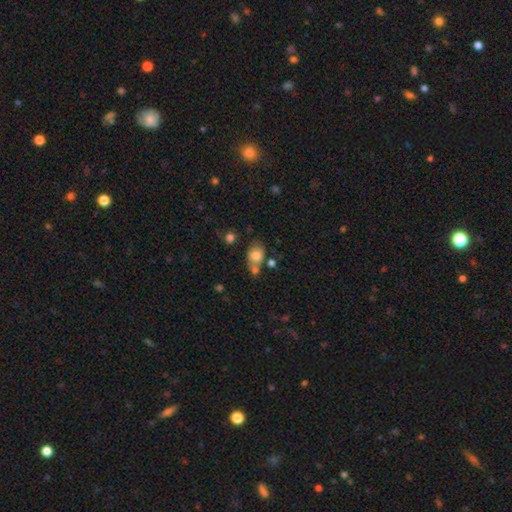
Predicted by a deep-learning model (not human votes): A smooth galaxy with no disk features (76%) that is in between round and cigar-shaped (73%). Merging: none (48%).